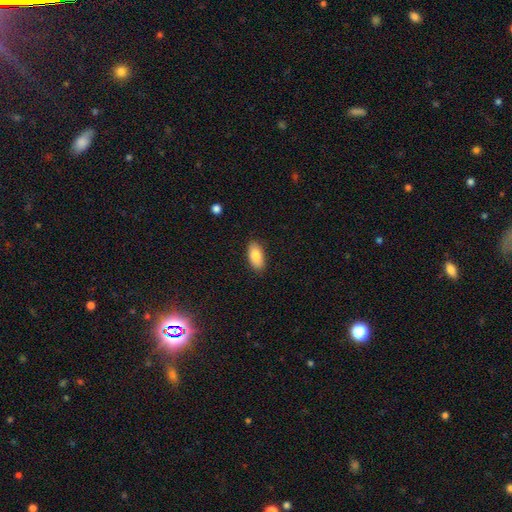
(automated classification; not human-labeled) A smooth galaxy with no disk features (84%) that is in between round and cigar-shaped (90%). Merging: none (87%).